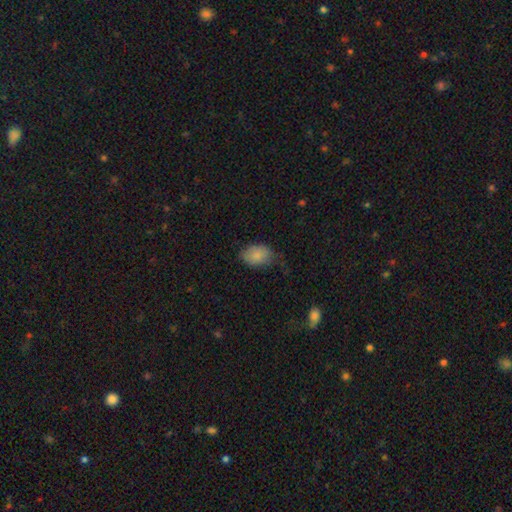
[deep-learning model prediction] Smooth or featured? Predicted: smooth (p=0.85). How rounded? Predicted: in between (p=0.82). Merging? Predicted: none (p=0.59).